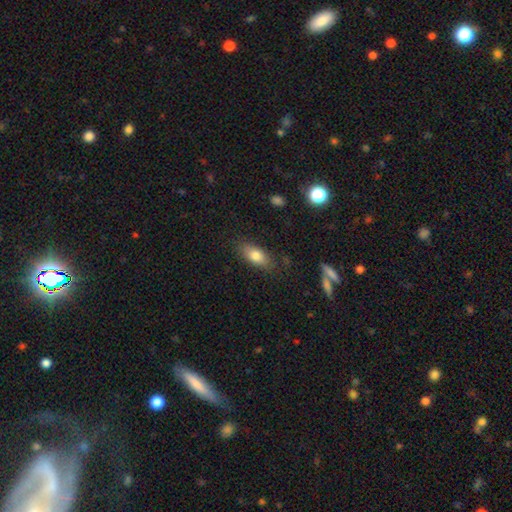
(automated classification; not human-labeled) Smooth or featured?
  - smooth: 79% *
  - featured or disk: 13%
  - star or artifact: 8%
How rounded?
  - in between: 85% *
  - cigar-shaped: 11%
  - round: 5%
Merging?
  - none: 81% *
  - minor disturbance: 14%
  - major disturbance: 4%
  - merger: 2%